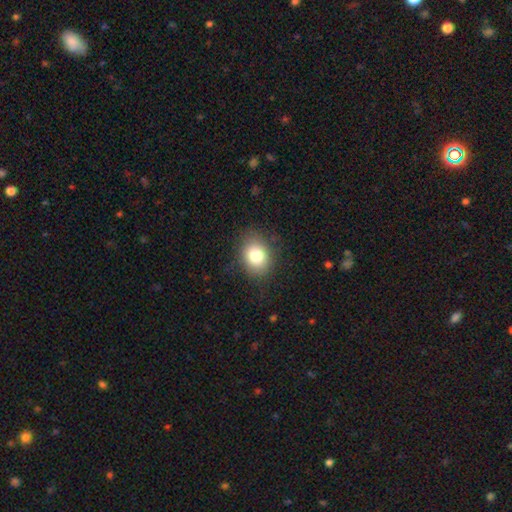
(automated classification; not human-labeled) This appears to be a smooth galaxy with no disk features (80%) that is in between round and cigar-shaped (51%). Merging: none (83%).